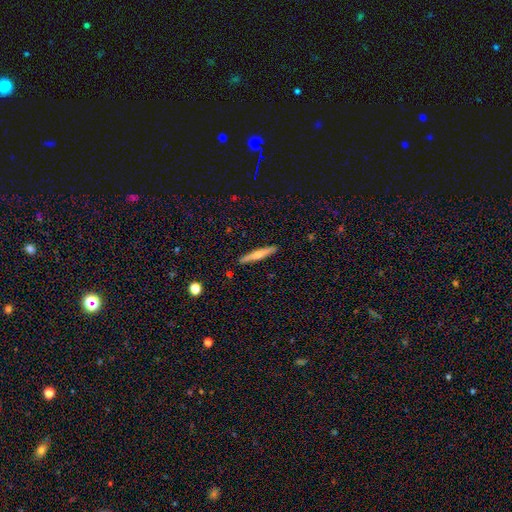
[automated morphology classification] Overall: featured or disk (53%; smooth 40%). Edge-on disk: yes (97%). Edge-on bulge: rounded (69%). Merging: none (91%).